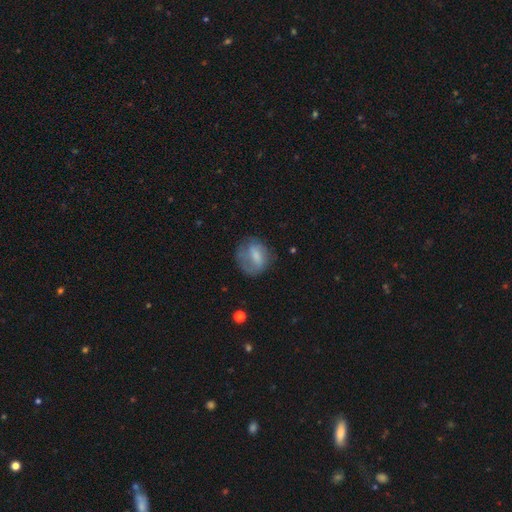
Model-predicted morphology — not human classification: A smooth galaxy with no disk features (57%) that is round (57%).

Vote fractions:
- Smooth or featured? smooth: 57% / featured or disk: 35% / star or artifact: 9%
- How rounded? round: 57% / in between: 41% / cigar-shaped: 2%
- Merging? none: 53% / minor disturbance: 26% / major disturbance: 18% / merger: 2%